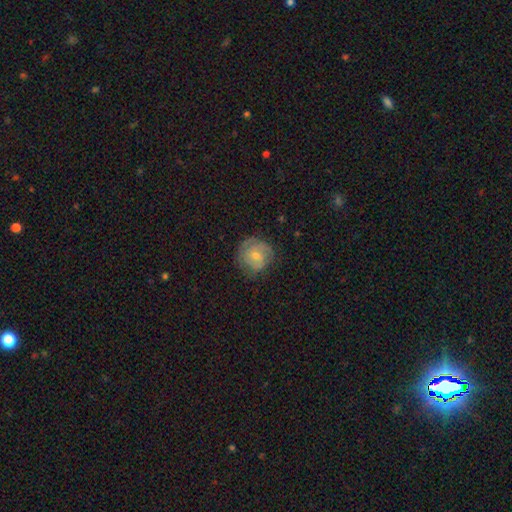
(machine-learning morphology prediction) Smooth or featured? featured or disk (56%)
Edge-on disk? no (97%)
Bar? no (76%)
Spiral arms? yes (79%)
Bulge size? small (50%)
Merging? none (74%)